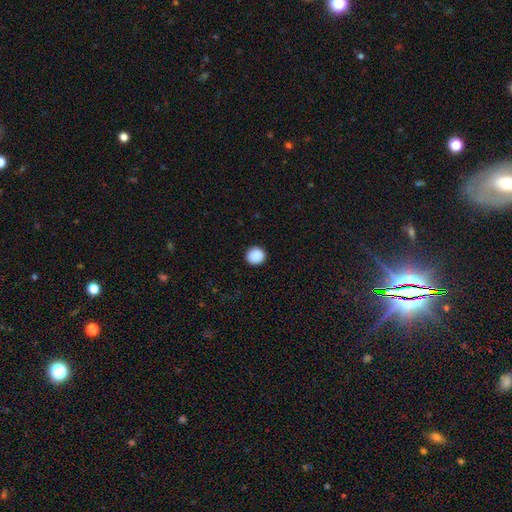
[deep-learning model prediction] Overall: smooth (90%). How rounded: round (91%). Merging: none (92%).